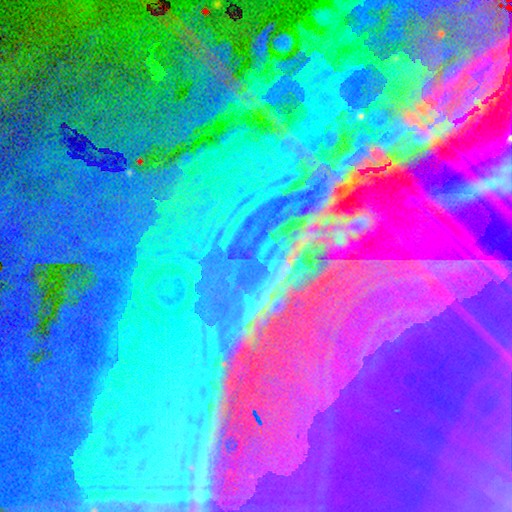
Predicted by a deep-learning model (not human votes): Smooth or featured? star or artifact (87%)